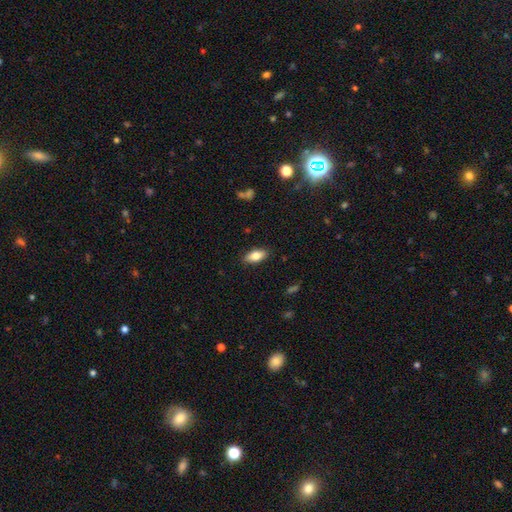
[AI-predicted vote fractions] This appears to be a smooth galaxy with no disk features (80%) that is in between round and cigar-shaped (87%). Merging: none (88%).